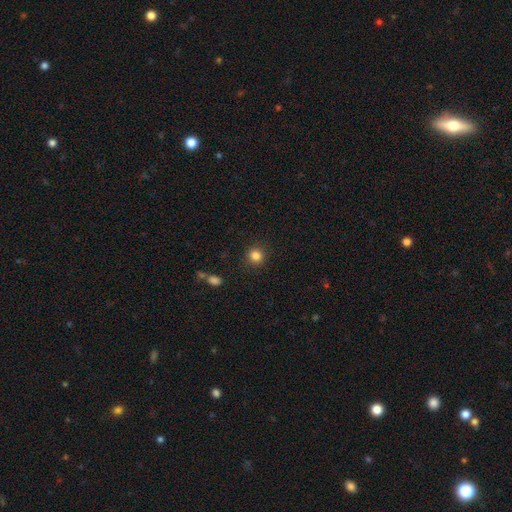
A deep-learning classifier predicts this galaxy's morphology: This appears to be a smooth galaxy with no disk features (84%) that is round (92%). Merging: none (90%).